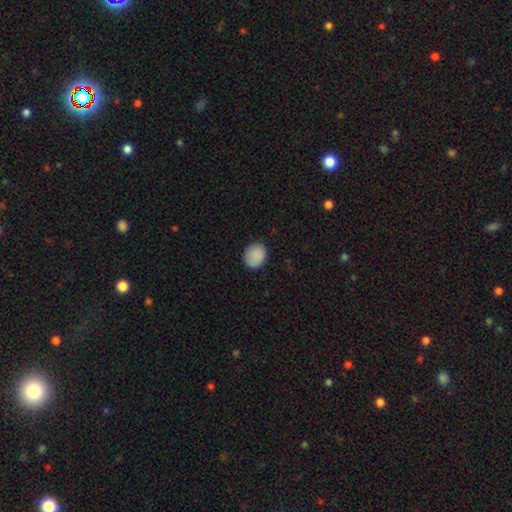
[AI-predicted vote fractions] Smooth or featured: smooth — 89% (star or artifact — 8%)
How rounded: round — 55% (in between — 44%)
Merging: none — 86% (minor disturbance — 11%)